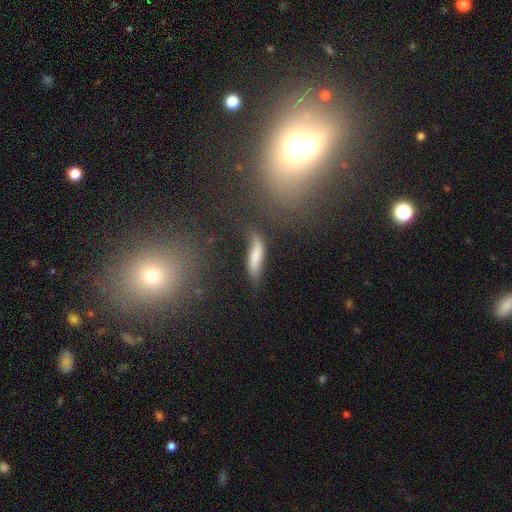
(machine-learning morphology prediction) A smooth galaxy with no disk features (69%) that is cigar-shaped (73%). Merging: none (54%).